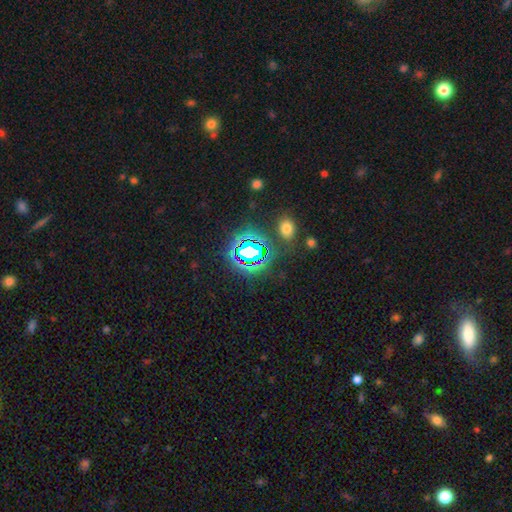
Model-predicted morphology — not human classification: The model was most divided on "smooth or featured": star or artifact: 69%, smooth: 21%, featured or disk: 10%.